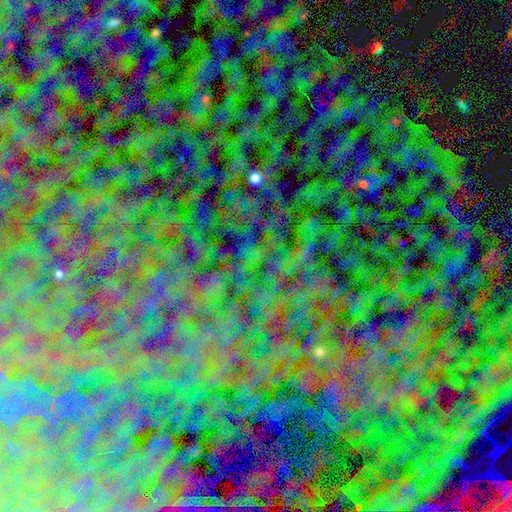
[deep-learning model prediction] smooth_or_featured: star or artifact (p=0.81) [alt: smooth p=0.10]